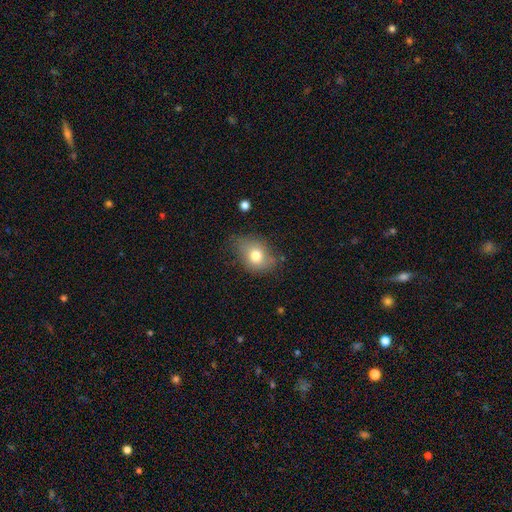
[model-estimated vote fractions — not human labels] Smooth or featured? smooth (75%)
How rounded? in between (65%)
Merging? none (55%)